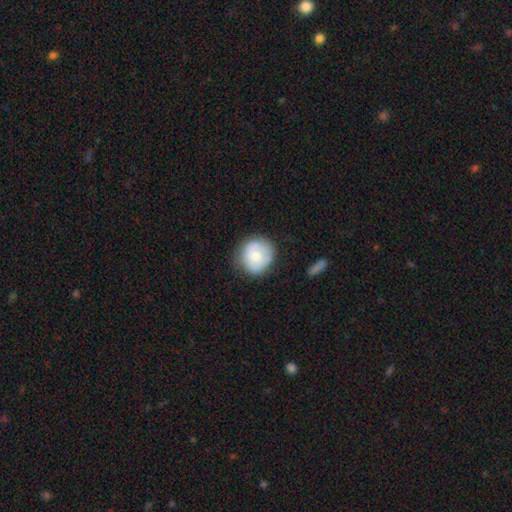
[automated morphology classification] Smooth or featured: smooth — 67% (featured or disk — 25%)
How rounded: round — 87% (in between — 12%)
Merging: none — 71% (minor disturbance — 21%)